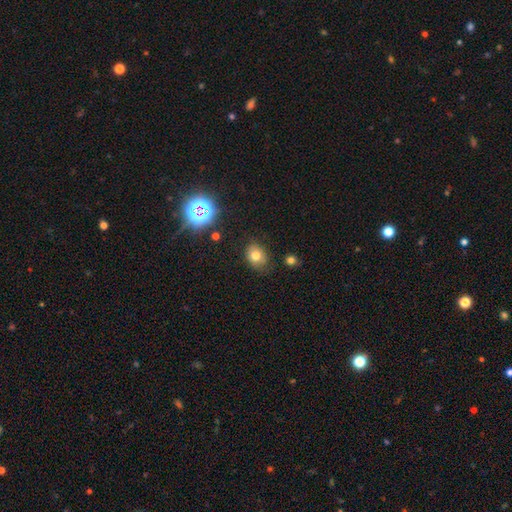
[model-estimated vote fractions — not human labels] This is likely a smooth galaxy (75%). How rounded: possibly in between (57%). Merging: likely none (76%).